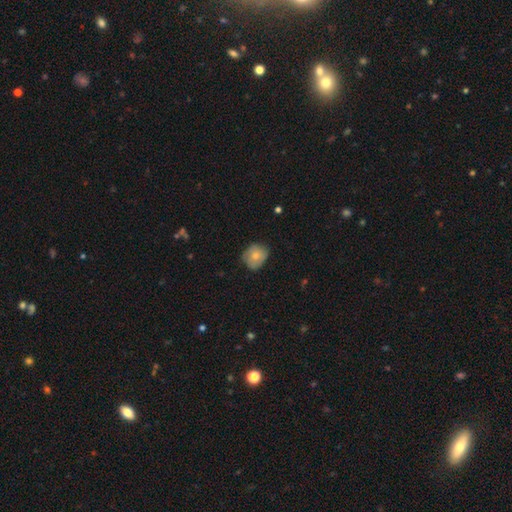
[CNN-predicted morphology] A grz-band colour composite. It shows a smooth galaxy with no disk features (73%) that is round (67%). Merging: none (64%).